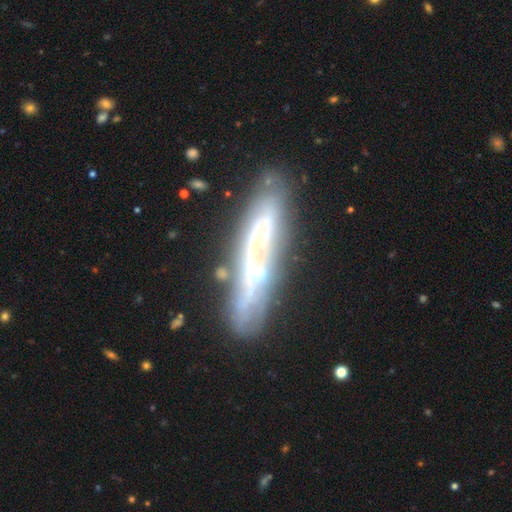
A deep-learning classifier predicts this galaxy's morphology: Overall: featured or disk (67%). Edge-on disk: yes (56%; no 44%). Merging: none (71%).